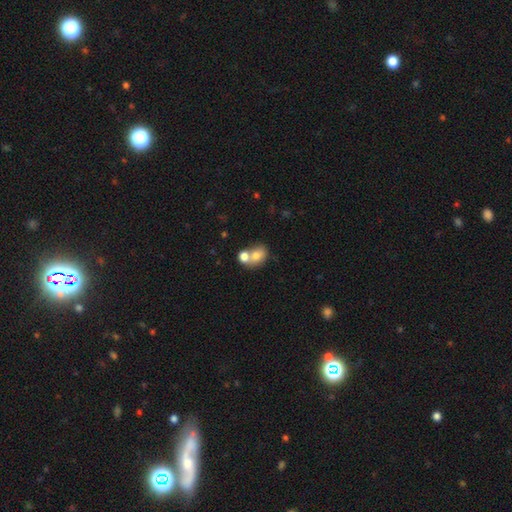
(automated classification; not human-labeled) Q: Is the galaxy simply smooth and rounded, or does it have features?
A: smooth — 74%.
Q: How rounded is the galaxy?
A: in between — 55%.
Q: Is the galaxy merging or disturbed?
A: merger — 56%.